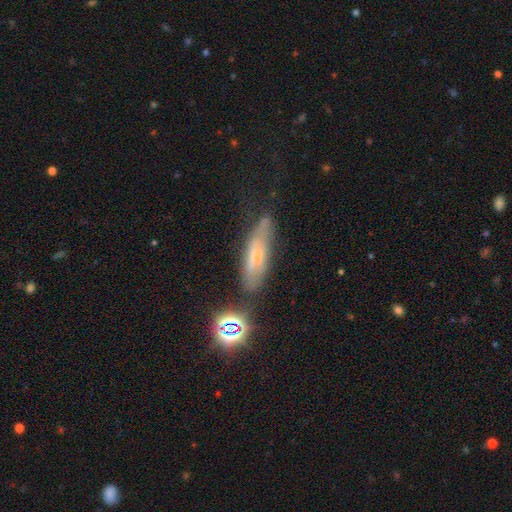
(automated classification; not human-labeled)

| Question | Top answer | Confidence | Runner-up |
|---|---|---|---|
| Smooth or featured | featured or disk | 43% | smooth (38%) |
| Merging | none | 58% | minor disturbance (26%) |